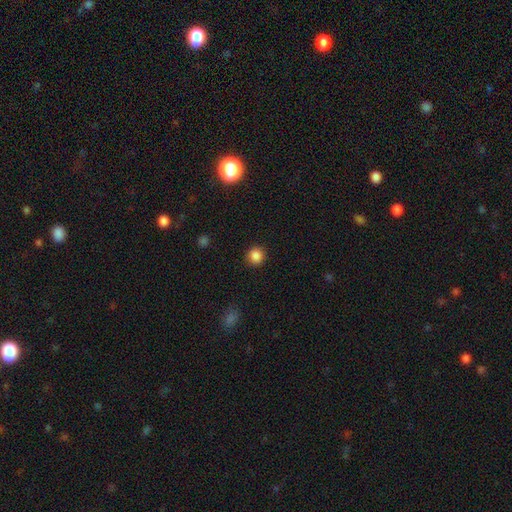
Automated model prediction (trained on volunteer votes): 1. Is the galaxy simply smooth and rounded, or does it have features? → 86% smooth, 11% star or artifact, 3% featured or disk.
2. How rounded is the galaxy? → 90% round, 9% in between, 1% cigar-shaped.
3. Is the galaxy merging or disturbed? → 90% none, 6% minor disturbance, 2% major disturbance, 1% merger.